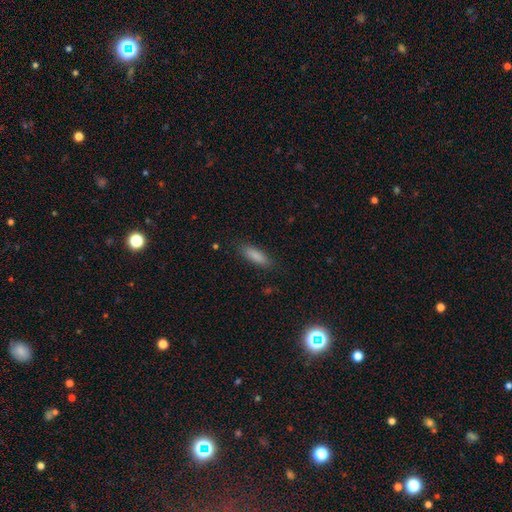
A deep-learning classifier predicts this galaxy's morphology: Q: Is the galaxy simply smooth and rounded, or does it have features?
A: smooth — 86%.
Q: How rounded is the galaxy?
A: cigar-shaped — 49%, tied with in between.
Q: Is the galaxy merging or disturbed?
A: none — 85%.